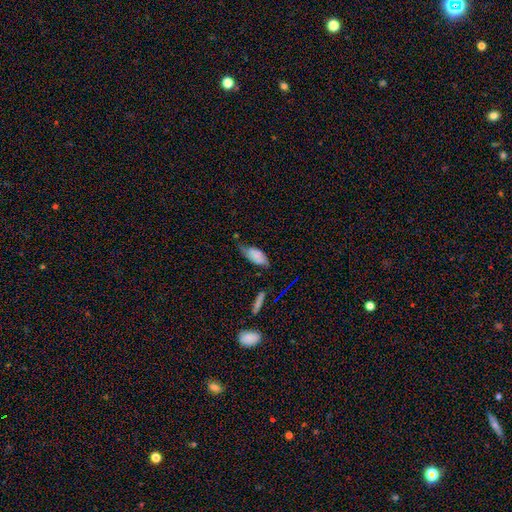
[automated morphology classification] Smooth or featured: smooth — 69% (featured or disk — 21%)
How rounded: in between — 85% (cigar-shaped — 12%)
Merging: minor disturbance — 42% (none — 39%)